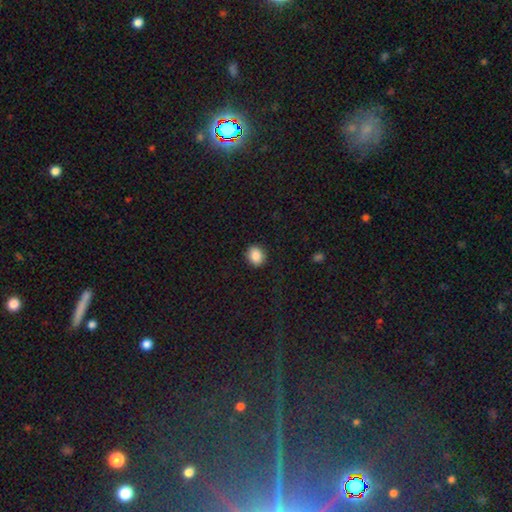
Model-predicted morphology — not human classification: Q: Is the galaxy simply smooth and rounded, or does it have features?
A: smooth — 87%.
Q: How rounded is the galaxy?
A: round — 60%.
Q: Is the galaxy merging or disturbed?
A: none — 89%.